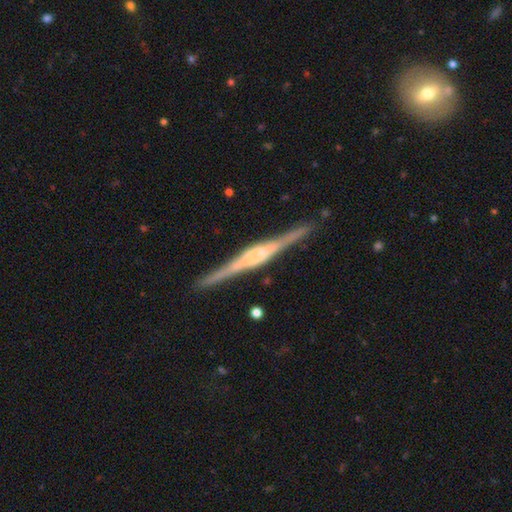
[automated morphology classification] A featured or disk galaxy (86%) viewed edge-on (98%) with a boxy central bulge (59%). Merging: none (89%).